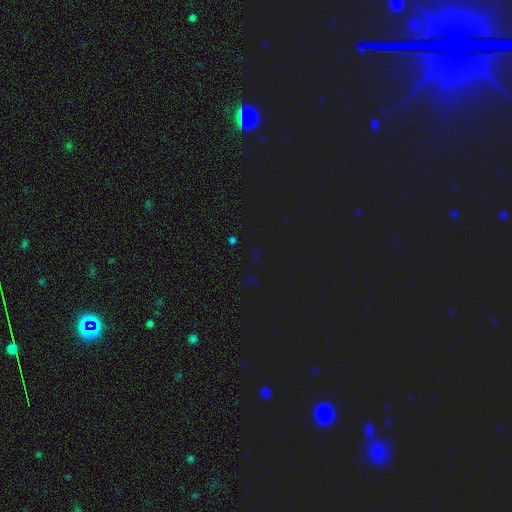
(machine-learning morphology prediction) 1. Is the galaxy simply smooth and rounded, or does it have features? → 69% star or artifact, 25% smooth, 6% featured or disk.